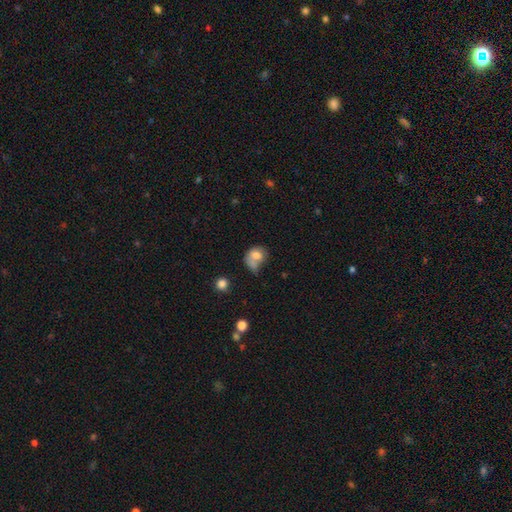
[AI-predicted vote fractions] smooth-or-featured: smooth: 71% | featured or disk: 19% | star or artifact: 10%
  how-rounded: round: 51% | in between: 48% | cigar-shaped: 1%
  merging: merger: 32% | none: 29% | minor disturbance: 21% | major disturbance: 18%